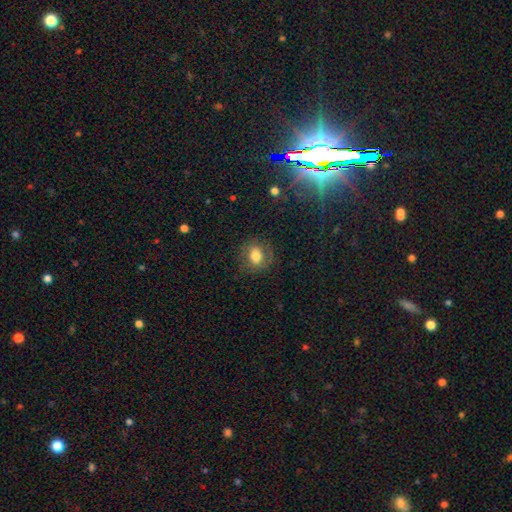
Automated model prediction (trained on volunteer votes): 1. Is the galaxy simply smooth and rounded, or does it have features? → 73% smooth, 16% featured or disk, 11% star or artifact.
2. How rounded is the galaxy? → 57% round, 42% in between, 1% cigar-shaped.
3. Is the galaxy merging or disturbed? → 77% none, 15% minor disturbance, 7% major disturbance, 1% merger.